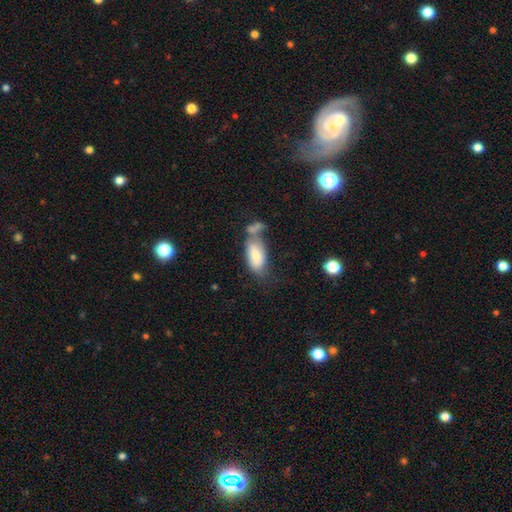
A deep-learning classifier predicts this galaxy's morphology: A smooth galaxy with no disk features (73%) that is in between round and cigar-shaped (91%).

Vote fractions:
- Smooth or featured? smooth: 73% / featured or disk: 20% / star or artifact: 8%
- How rounded? in between: 91% / cigar-shaped: 6% / round: 3%
- Merging? merger: 34% / none: 33% / minor disturbance: 19% / major disturbance: 13%